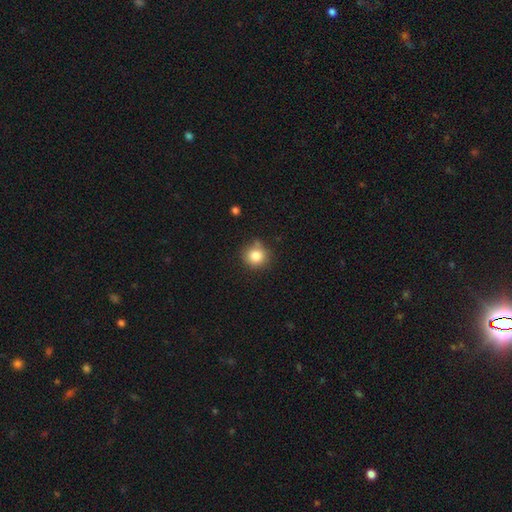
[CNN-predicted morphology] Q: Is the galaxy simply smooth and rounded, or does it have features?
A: smooth — 84%.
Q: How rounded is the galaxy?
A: round — 90%.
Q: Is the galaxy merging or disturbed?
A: none — 75%.